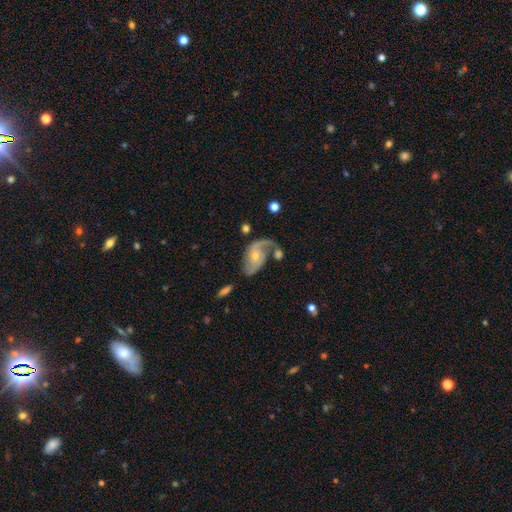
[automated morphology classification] Q: Smooth or featured?
A: featured or disk (83%); runner-up: smooth (12%)
Q: Edge-on disk?
A: no (97%); runner-up: yes (3%)
Q: Bar?
A: no (63%); runner-up: weak (30%)
Q: Spiral arms?
A: yes (94%); runner-up: no (6%)
Q: Spiral winding?
A: loose (49%); runner-up: medium (38%)
Q: Spiral arm count?
A: 2 (63%); runner-up: 1 (29%)
Q: Bulge size?
A: small (59%); runner-up: moderate (36%)
Q: Merging?
A: none (43%); runner-up: major disturbance (25%)